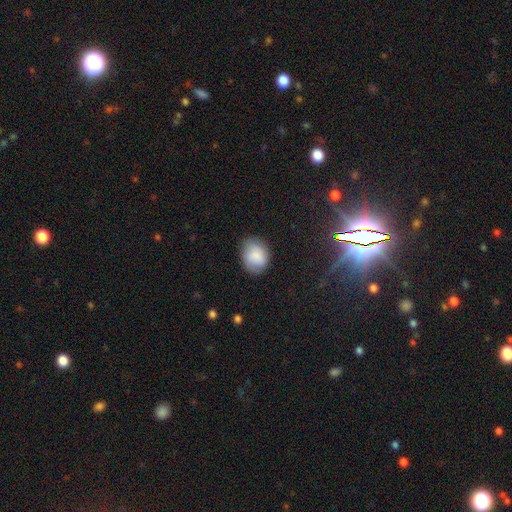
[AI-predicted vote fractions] smooth 83%, featured or disk 9%, star or artifact 8%. Down the decision tree: how rounded — round (51%); merging — none (78%).